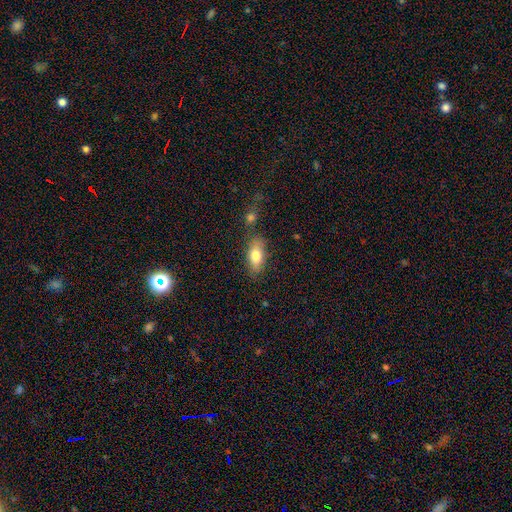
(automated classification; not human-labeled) Smooth or featured? smooth (77%)
How rounded? in between (84%)
Merging? none (74%)